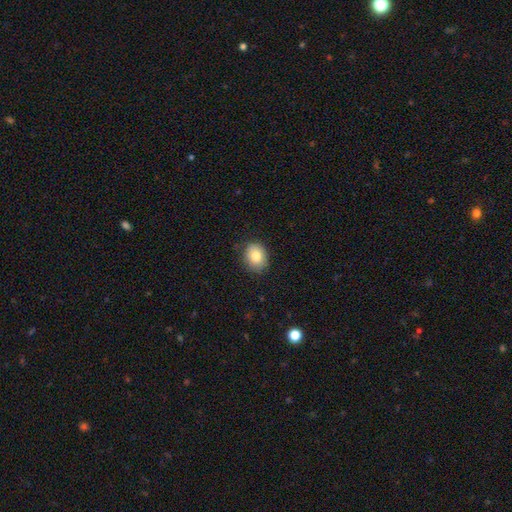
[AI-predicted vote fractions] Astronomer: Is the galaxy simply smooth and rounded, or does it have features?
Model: smooth — 84%.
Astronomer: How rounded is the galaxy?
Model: in between — 56% (runner-up: round, 43%).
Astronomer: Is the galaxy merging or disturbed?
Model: none — 83%.